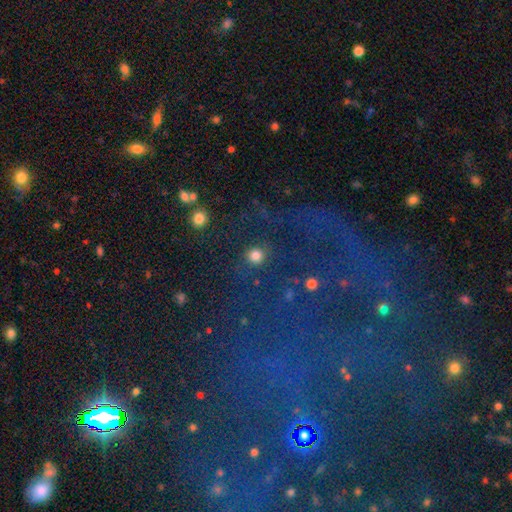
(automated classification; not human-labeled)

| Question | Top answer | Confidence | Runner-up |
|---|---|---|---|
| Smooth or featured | smooth | 80% | star or artifact (15%) |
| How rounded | round | 92% | in between (7%) |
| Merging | none | 82% | minor disturbance (8%) |